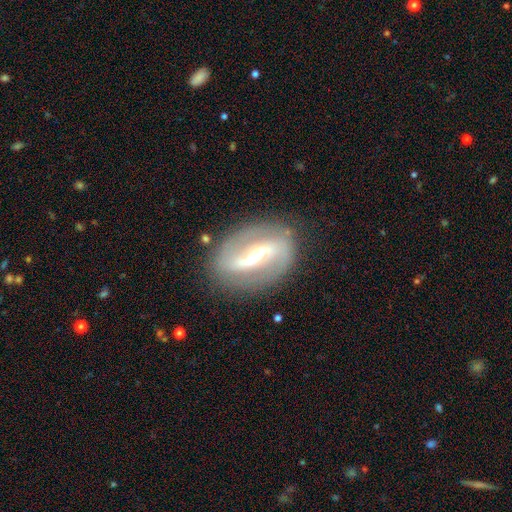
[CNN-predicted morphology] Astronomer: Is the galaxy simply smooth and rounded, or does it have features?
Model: featured or disk — 85%.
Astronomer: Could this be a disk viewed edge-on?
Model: no — 93%.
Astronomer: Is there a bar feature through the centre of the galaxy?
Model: strong — 60%.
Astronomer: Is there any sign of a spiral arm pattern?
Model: yes — 88%.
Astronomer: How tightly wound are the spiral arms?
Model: loose — 45% (runner-up: medium, 37%).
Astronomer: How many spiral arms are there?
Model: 2 — 90%.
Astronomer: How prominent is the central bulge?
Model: small — 56% (runner-up: moderate, 38%).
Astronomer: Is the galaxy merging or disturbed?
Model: none — 82%.